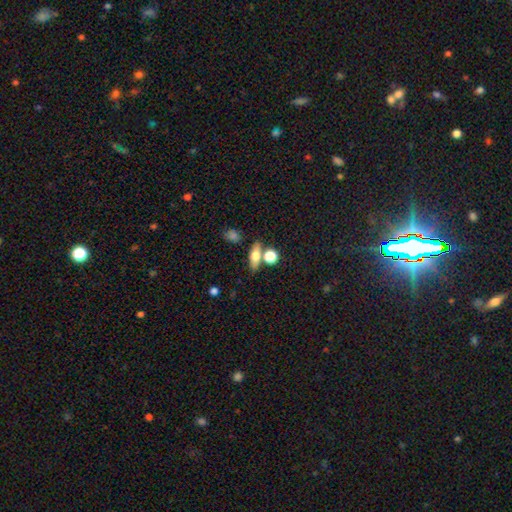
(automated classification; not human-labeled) smooth 65%, featured or disk 24%, star or artifact 11%. Down the decision tree: how rounded — in between (54%); merging — none (65%).